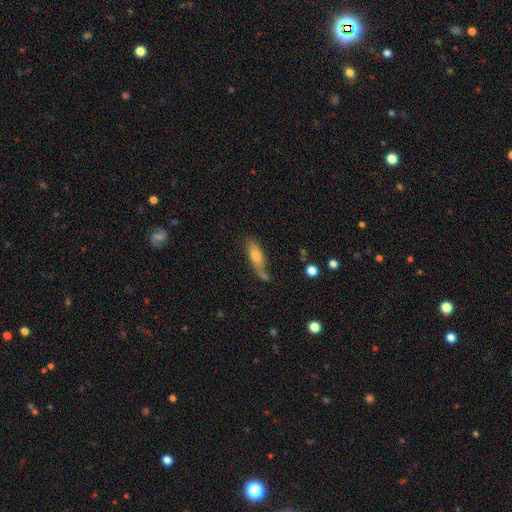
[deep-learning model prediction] smooth-or-featured: smooth: 70% | featured or disk: 23% | star or artifact: 7%
  how-rounded: in between: 60% | cigar-shaped: 36% | round: 3%
  merging: none: 47% | minor disturbance: 27% | merger: 14% | major disturbance: 13%